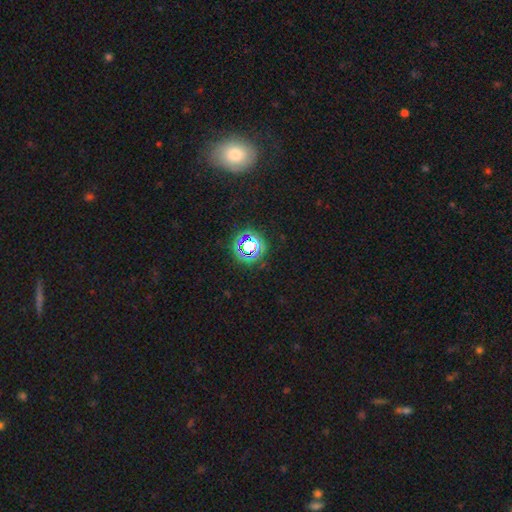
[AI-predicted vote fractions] Overall: star or artifact (63%; smooth 27%).